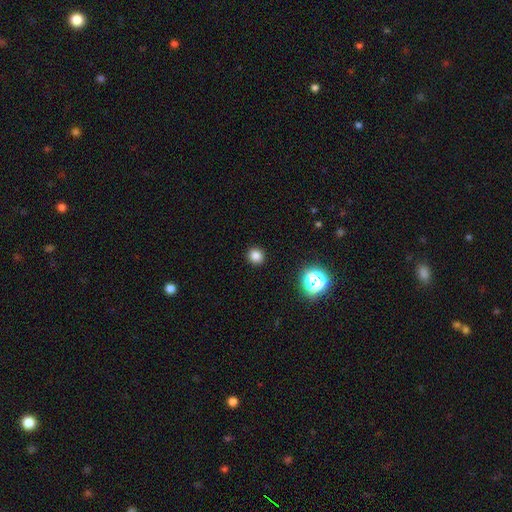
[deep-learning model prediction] This is clearly a smooth galaxy (81%). How rounded: clearly round (86%). Merging: clearly none (92%).